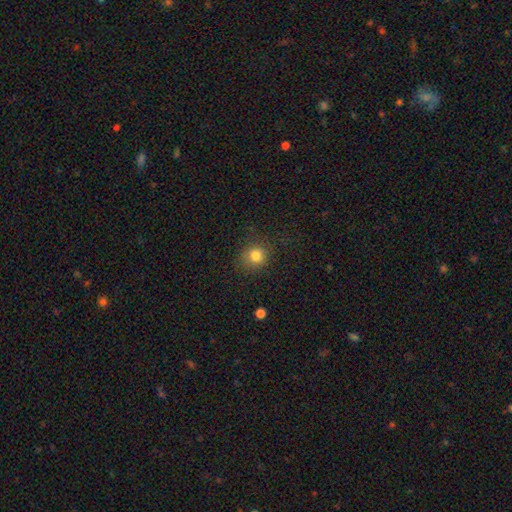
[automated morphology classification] Q: Smooth or featured?
A: smooth (81%); runner-up: star or artifact (13%)
Q: How rounded?
A: round (84%); runner-up: in between (15%)
Q: Merging?
A: none (81%); runner-up: minor disturbance (13%)